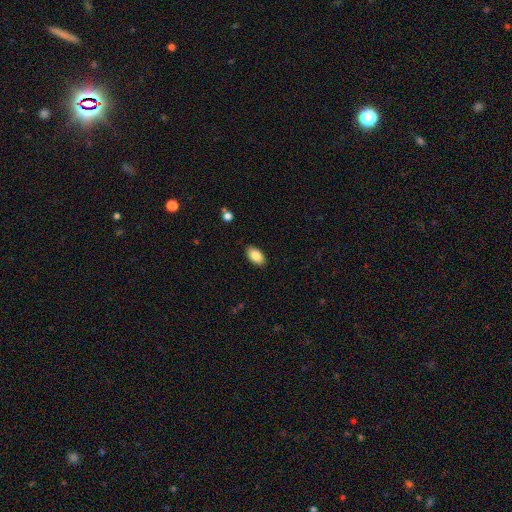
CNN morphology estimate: Overall: smooth (87%). How rounded: in between (94%). Merging: none (88%).